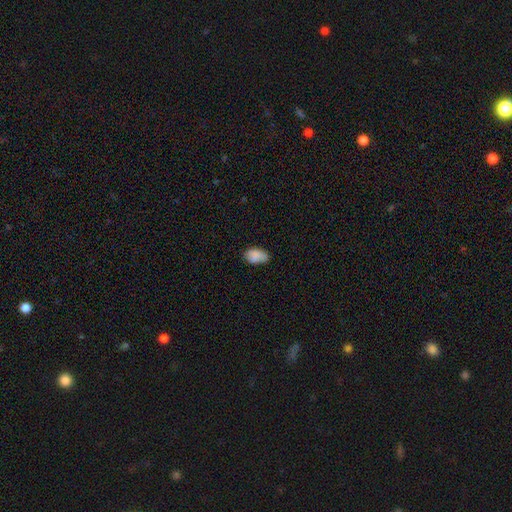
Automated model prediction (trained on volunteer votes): Smooth or featured?
  - smooth: 85% *
  - star or artifact: 8%
  - featured or disk: 6%
How rounded?
  - in between: 91% *
  - round: 7%
  - cigar-shaped: 2%
Merging?
  - none: 67% *
  - minor disturbance: 26%
  - major disturbance: 5%
  - merger: 2%